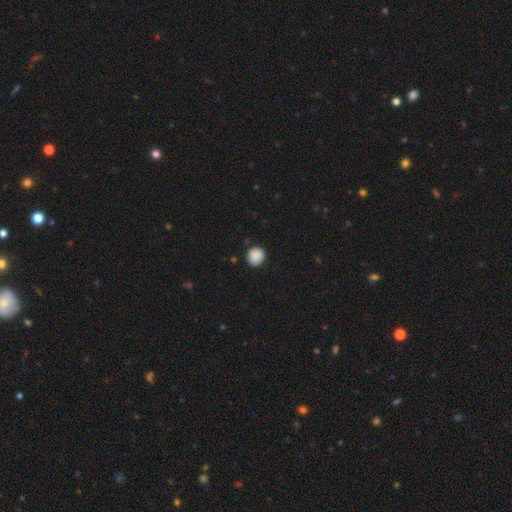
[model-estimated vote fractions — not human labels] This is clearly a smooth galaxy (89%). How rounded: clearly round (88%). Merging: clearly none (86%).